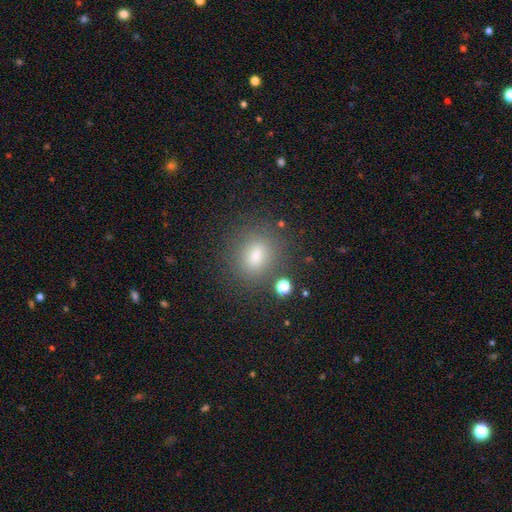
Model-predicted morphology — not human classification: Smooth or featured? Predicted: smooth (p=0.76). How rounded? Predicted: round (p=0.56). Merging? Predicted: none (p=0.83).